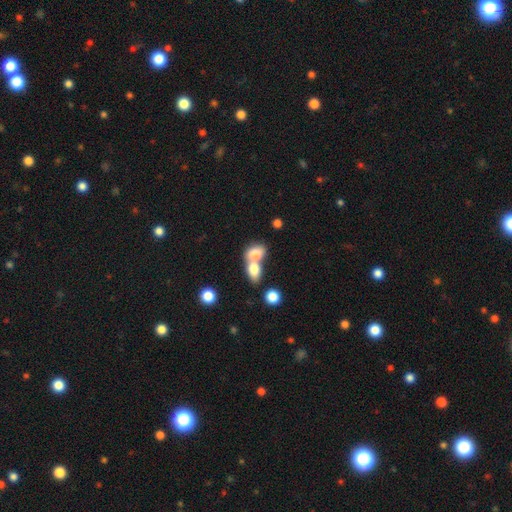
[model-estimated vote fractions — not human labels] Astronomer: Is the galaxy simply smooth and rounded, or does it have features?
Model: smooth — 76%.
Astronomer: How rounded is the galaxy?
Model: in between — 71%.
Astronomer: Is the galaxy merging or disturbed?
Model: merger — 70%.